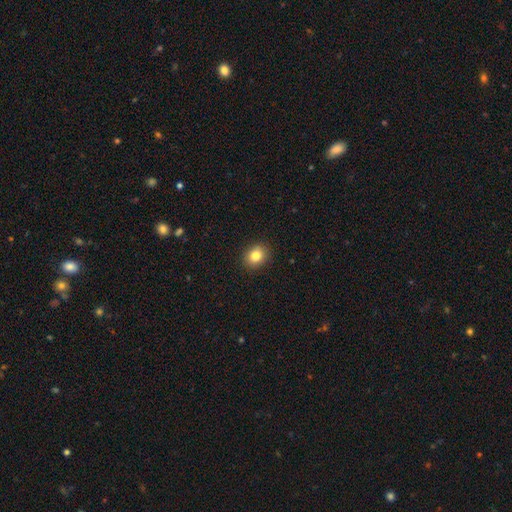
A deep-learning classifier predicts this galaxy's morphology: Smooth or featured?
  - smooth: 83% *
  - star or artifact: 10%
  - featured or disk: 7%
How rounded?
  - round: 55% *
  - in between: 44%
  - cigar-shaped: 1%
Merging?
  - none: 90% *
  - minor disturbance: 7%
  - major disturbance: 2%
  - merger: 1%